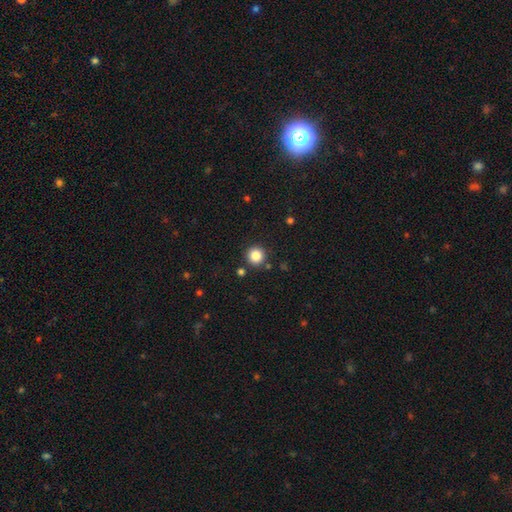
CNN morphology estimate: Q: Smooth or featured?
A: smooth (85%); runner-up: star or artifact (11%)
Q: How rounded?
A: round (95%); runner-up: in between (4%)
Q: Merging?
A: none (88%); runner-up: minor disturbance (6%)